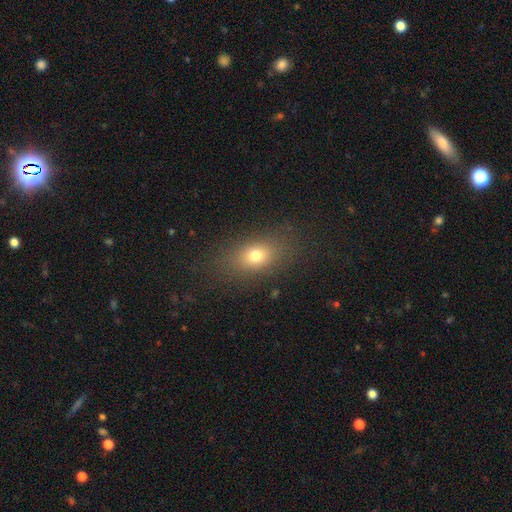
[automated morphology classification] This appears to be a smooth galaxy with no disk features (73%) that is in between round and cigar-shaped (72%). Merging: none (83%).